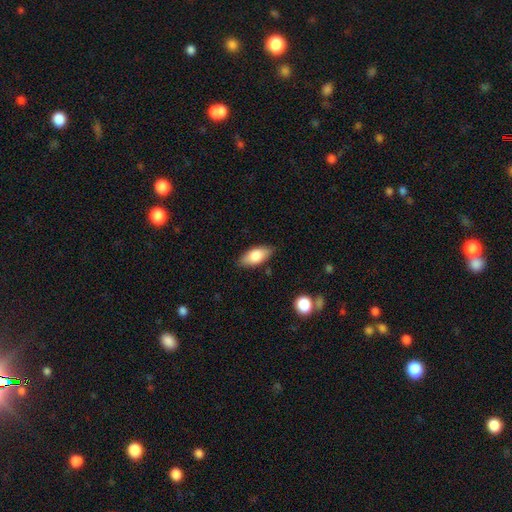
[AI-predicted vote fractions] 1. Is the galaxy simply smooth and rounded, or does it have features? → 78% smooth, 15% featured or disk, 7% star or artifact.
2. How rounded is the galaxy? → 88% in between, 9% cigar-shaped, 3% round.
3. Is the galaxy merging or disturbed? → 83% none, 13% minor disturbance, 3% major disturbance, 1% merger.